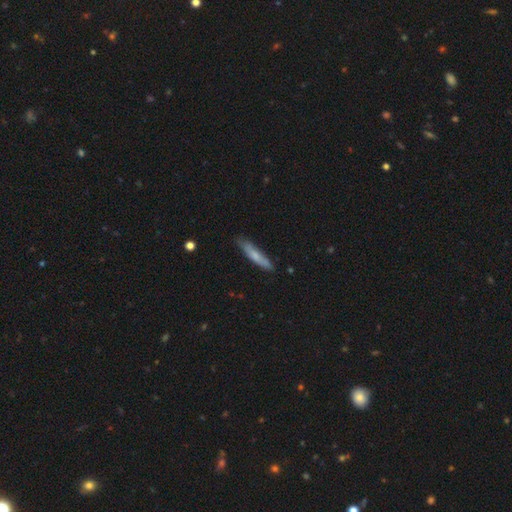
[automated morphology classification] Overall: smooth (67%). How rounded: cigar-shaped (88%). Merging: none (81%).